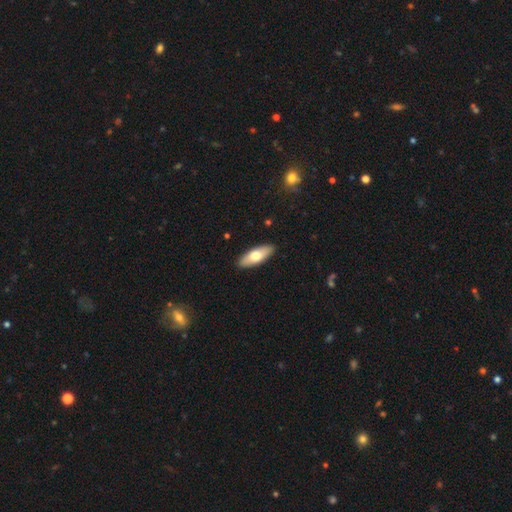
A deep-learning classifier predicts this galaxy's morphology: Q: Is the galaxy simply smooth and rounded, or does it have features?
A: smooth — 67%.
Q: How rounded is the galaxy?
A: in between — 68%.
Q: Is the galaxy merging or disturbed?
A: none — 90%.